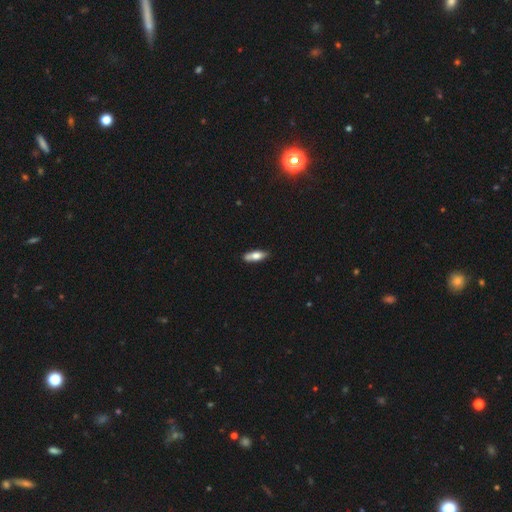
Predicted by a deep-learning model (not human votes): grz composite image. It shows a smooth galaxy with no disk features (67%) that is in between round and cigar-shaped (59%). Merging: none (81%).